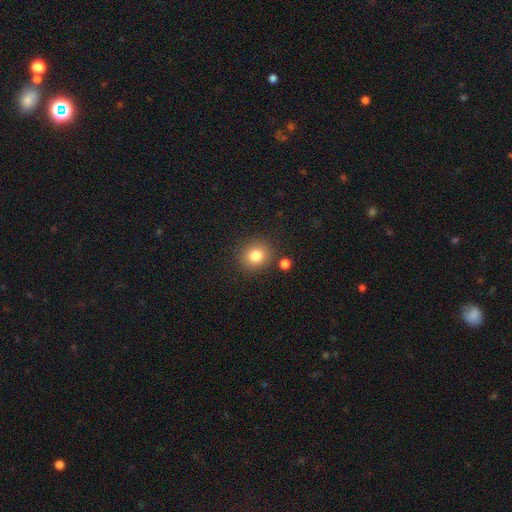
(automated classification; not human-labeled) smooth-or-featured: smooth: 82% | star or artifact: 11% | featured or disk: 7%
  how-rounded: round: 81% | in between: 18% | cigar-shaped: 1%
  merging: none: 84% | minor disturbance: 8% | merger: 4% | major disturbance: 3%